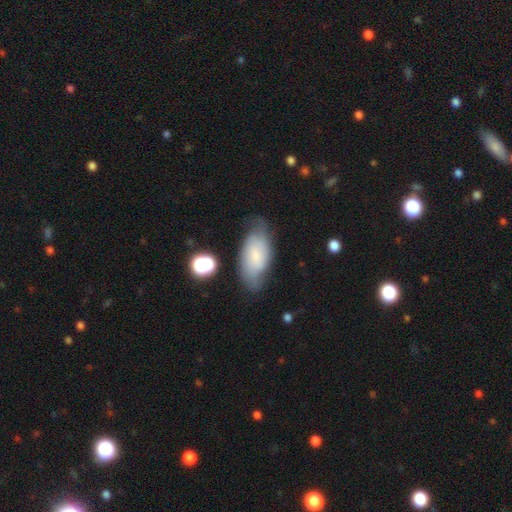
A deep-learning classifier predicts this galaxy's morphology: smooth-or-featured: smooth: 58% | featured or disk: 33% | star or artifact: 9%
  how-rounded: in between: 91% | cigar-shaped: 5% | round: 4%
  merging: none: 59% | minor disturbance: 28% | major disturbance: 10% | merger: 3%